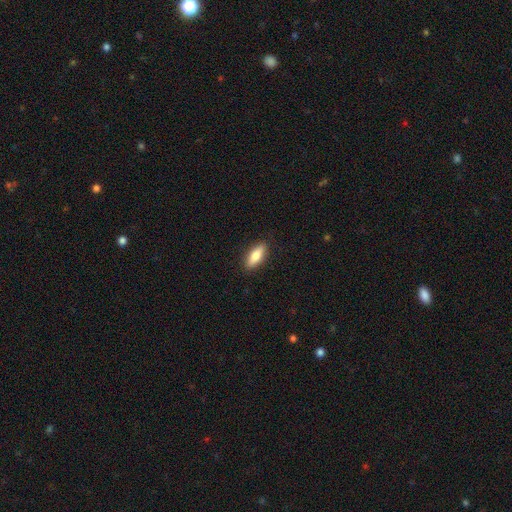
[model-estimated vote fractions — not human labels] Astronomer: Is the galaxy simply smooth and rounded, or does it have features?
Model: smooth — 80%.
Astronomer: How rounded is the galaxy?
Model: in between — 66%.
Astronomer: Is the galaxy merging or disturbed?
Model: none — 89%.